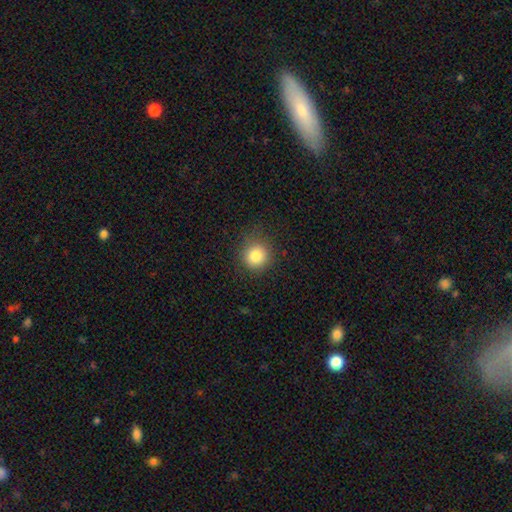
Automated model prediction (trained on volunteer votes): A smooth galaxy with no disk features (83%) that is round (92%). Merging: none (85%).